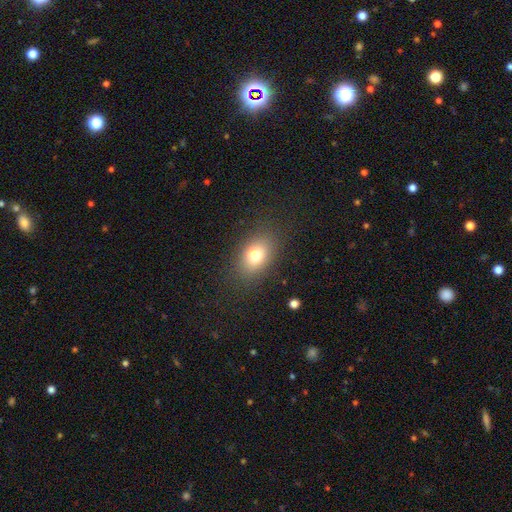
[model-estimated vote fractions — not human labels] This appears to be a smooth galaxy with no disk features (72%) that is in between round and cigar-shaped (72%). Merging: none (79%).